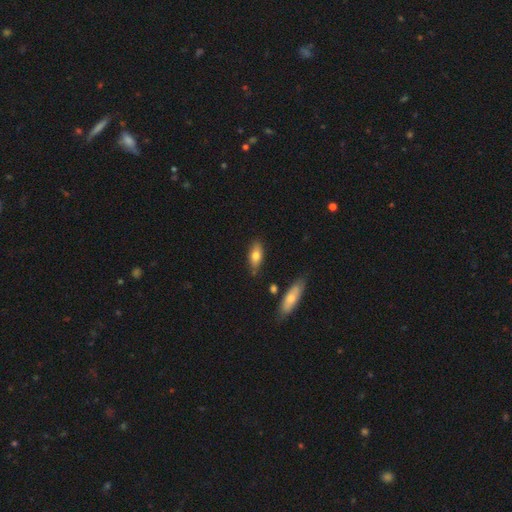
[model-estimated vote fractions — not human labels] Smooth or featured? smooth (72%)
How rounded? in between (76%)
Merging? none (78%)